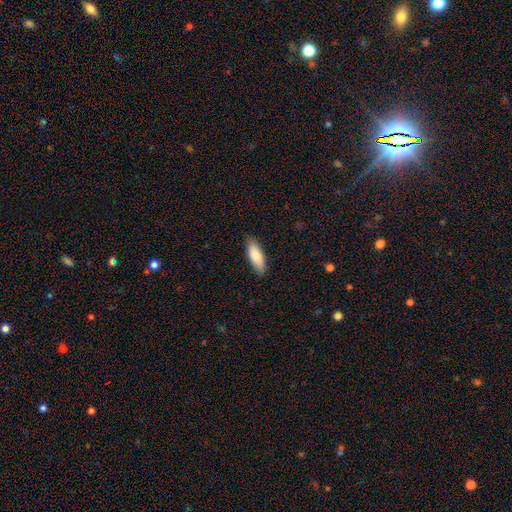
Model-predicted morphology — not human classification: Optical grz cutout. It shows a smooth galaxy with no disk features (84%) that is in between round and cigar-shaped (65%). Merging: none (87%).